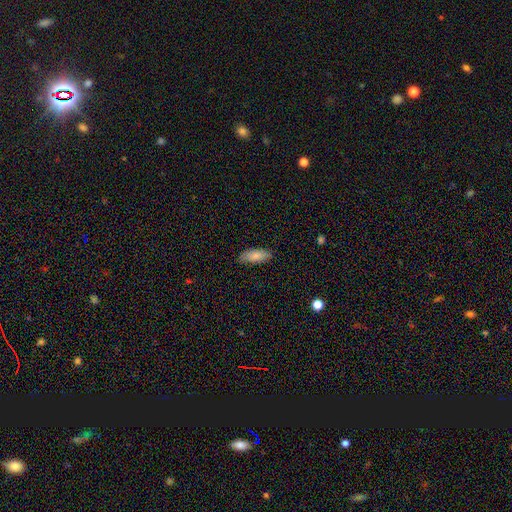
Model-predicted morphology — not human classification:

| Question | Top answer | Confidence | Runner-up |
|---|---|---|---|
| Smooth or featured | smooth | 85% | featured or disk (9%) |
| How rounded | in between | 74% | cigar-shaped (24%) |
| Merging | none | 85% | minor disturbance (12%) |